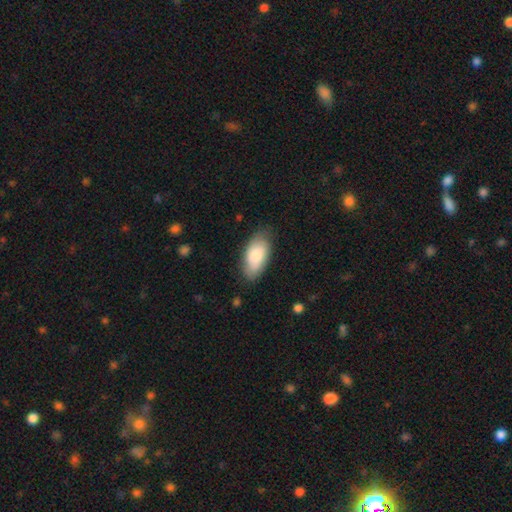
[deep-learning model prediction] smooth_or_featured: smooth (p=0.83) [alt: featured or disk p=0.12]
how_rounded: in between (p=0.93) [alt: cigar-shaped p=0.05]
merging: none (p=0.77) [alt: minor disturbance p=0.18]